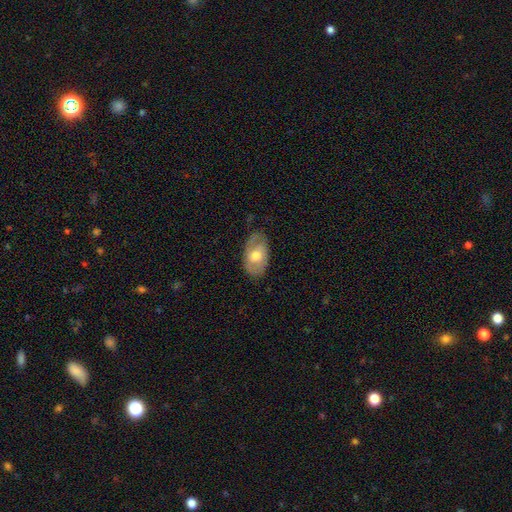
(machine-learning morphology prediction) This appears to be a smooth galaxy with no disk features (48%). Merging: none (70%).